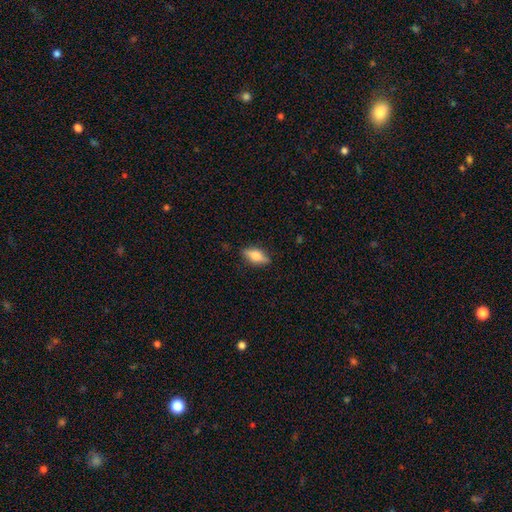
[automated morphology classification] The model was most divided on "smooth or featured": smooth: 66%, featured or disk: 27%, star or artifact: 7%. More confident: merging — none (83%); how rounded — in between (77%).